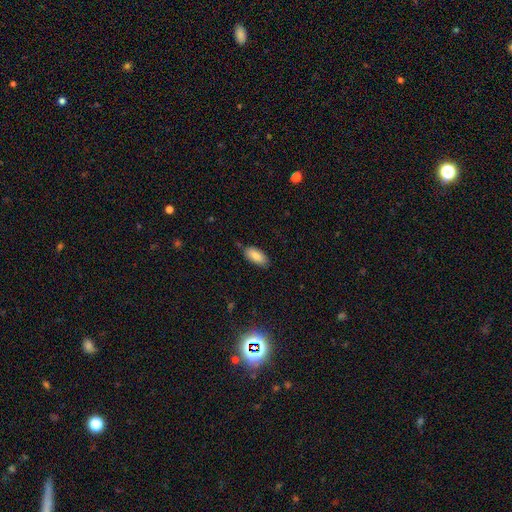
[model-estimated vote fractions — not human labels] Smooth or featured?
  - smooth: 84% *
  - featured or disk: 8%
  - star or artifact: 7%
How rounded?
  - in between: 89% *
  - cigar-shaped: 10%
  - round: 2%
Merging?
  - none: 81% *
  - minor disturbance: 15%
  - major disturbance: 3%
  - merger: 2%